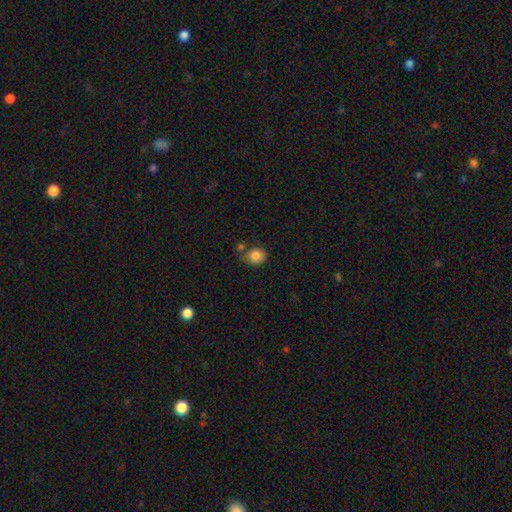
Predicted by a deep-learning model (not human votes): Smooth or featured: smooth — 85% (star or artifact — 10%)
How rounded: round — 71% (in between — 28%)
Merging: none — 62% (minor disturbance — 18%)